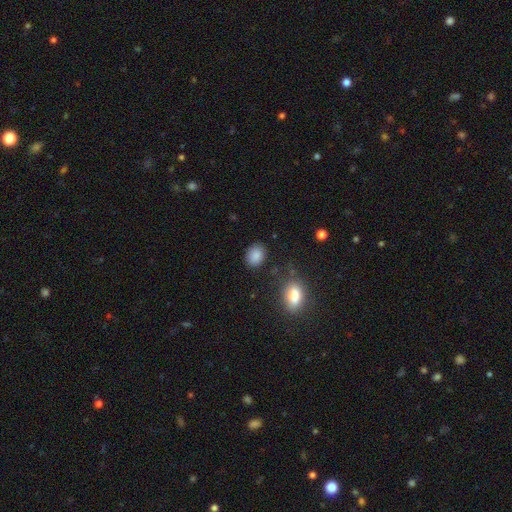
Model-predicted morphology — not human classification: This is clearly a smooth galaxy (87%). How rounded: likely in between (67%). Merging: clearly none (83%).